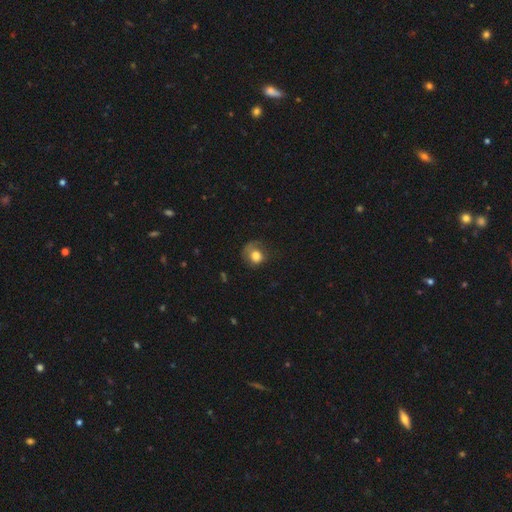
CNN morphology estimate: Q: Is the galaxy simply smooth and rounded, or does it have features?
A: smooth — 72%.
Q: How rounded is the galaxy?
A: round — 69%.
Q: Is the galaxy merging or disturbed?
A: none — 42%.